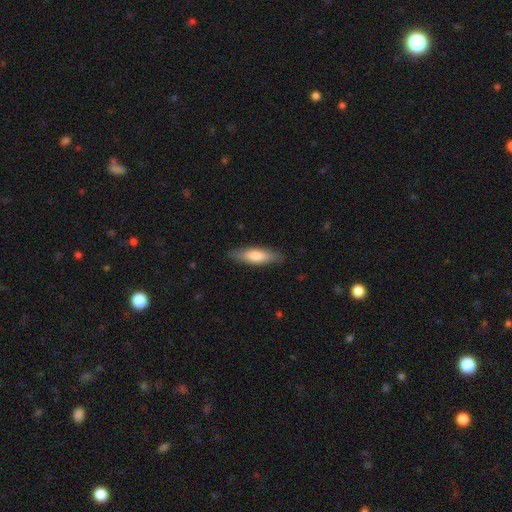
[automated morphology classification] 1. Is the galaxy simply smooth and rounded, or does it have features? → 73% smooth, 22% featured or disk, 5% star or artifact.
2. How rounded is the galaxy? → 54% cigar-shaped, 44% in between, 2% round.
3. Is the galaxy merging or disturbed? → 85% none, 11% minor disturbance, 2% major disturbance, 1% merger.